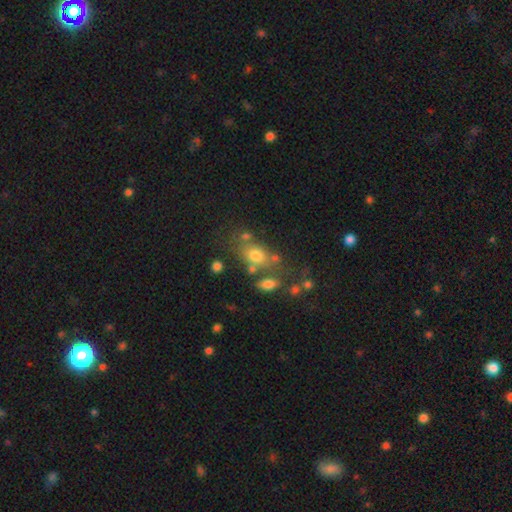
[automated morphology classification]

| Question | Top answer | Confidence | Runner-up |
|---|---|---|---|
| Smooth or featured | smooth | 71% | featured or disk (15%) |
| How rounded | in between | 70% | round (27%) |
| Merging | none | 56% | merger (20%) |